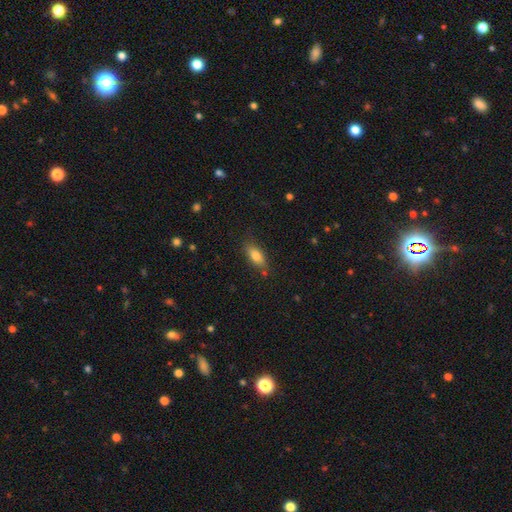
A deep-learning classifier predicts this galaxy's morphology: smooth-or-featured: smooth: 81% | featured or disk: 11% | star or artifact: 8%
  how-rounded: in between: 81% | cigar-shaped: 15% | round: 3%
  merging: none: 76% | minor disturbance: 16% | major disturbance: 4% | merger: 3%